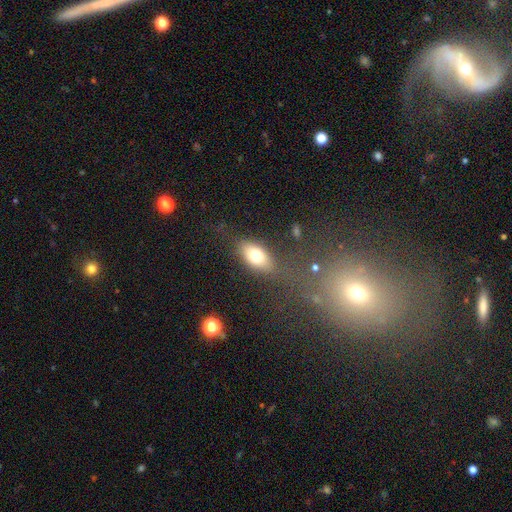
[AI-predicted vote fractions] smooth_or_featured: smooth (p=0.75) [alt: featured or disk p=0.17]
how_rounded: in between (p=0.87) [alt: round p=0.07]
merging: none (p=0.74) [alt: minor disturbance p=0.15]